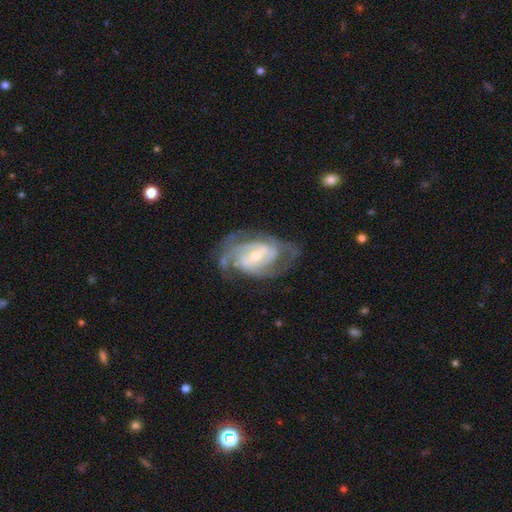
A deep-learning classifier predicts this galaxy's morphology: A featured or disk galaxy (88%) with a weak bar (47%), 2 (43%) tight (48%) spiral arms (95%) and a small central bulge (52%). Merging: none (66%).